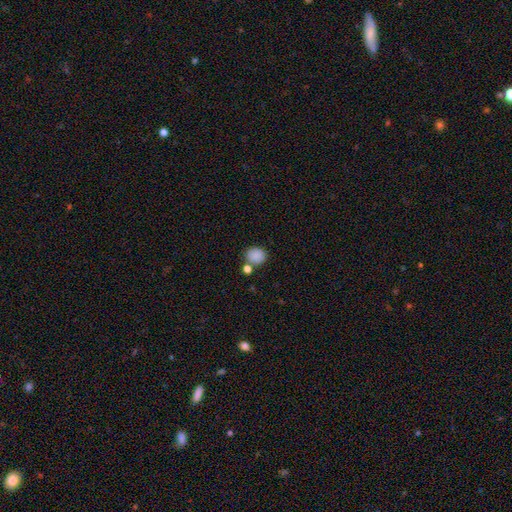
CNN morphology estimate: Smooth or featured? Predicted: smooth (p=0.86). How rounded? Predicted: round (p=0.73). Merging? Predicted: none (p=0.69).